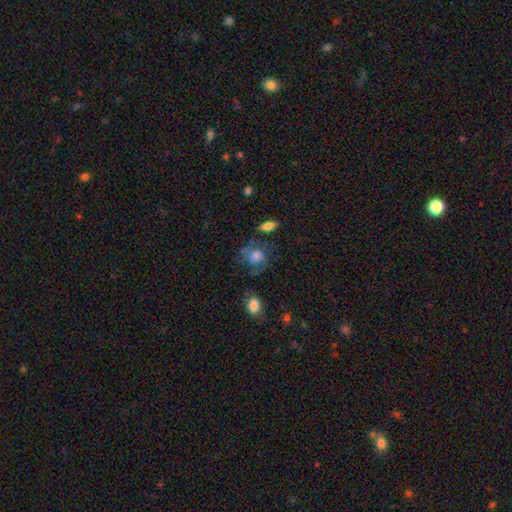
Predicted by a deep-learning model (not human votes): A smooth galaxy with no disk features (56%) that is round (66%). Merging: none (58%).